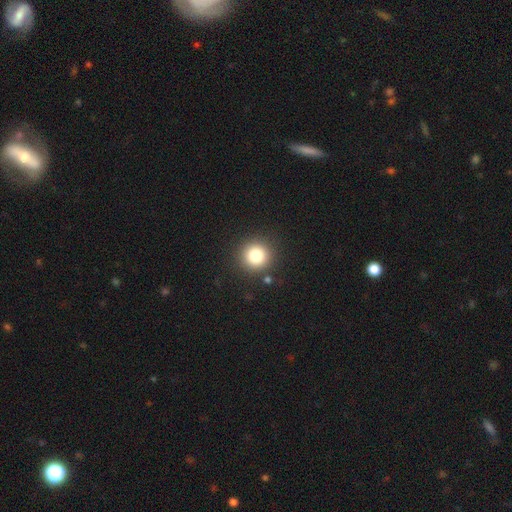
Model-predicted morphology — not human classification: A smooth galaxy with no disk features (81%) that is round (94%).

Vote fractions:
- Smooth or featured? smooth: 81% / star or artifact: 12% / featured or disk: 7%
- How rounded? round: 94% / in between: 5% / cigar-shaped: 1%
- Merging? none: 89% / minor disturbance: 6% / merger: 3% / major disturbance: 2%